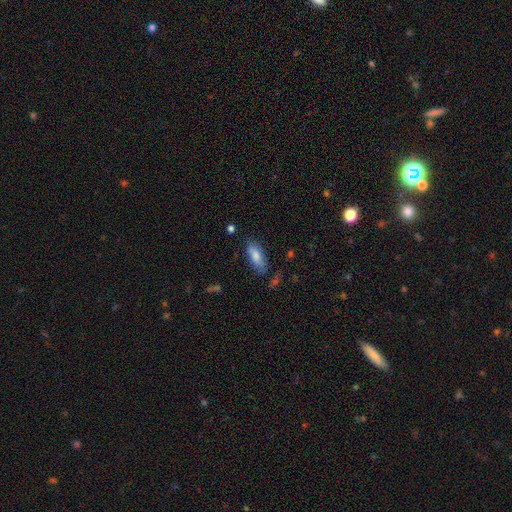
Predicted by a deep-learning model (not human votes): smooth 77%, featured or disk 16%, star or artifact 7%. Down the decision tree: how rounded — in between (83%); merging — none (69%).